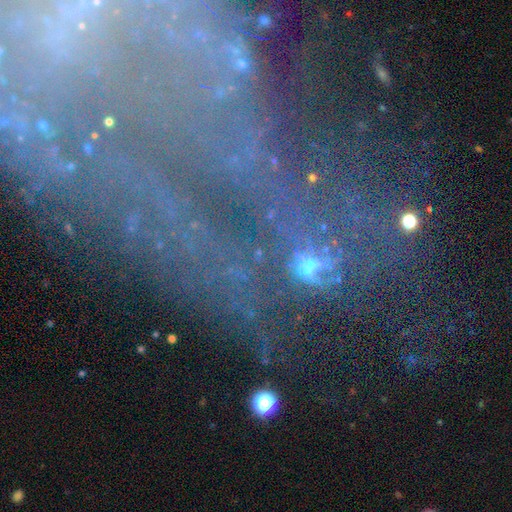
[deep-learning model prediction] Morphology: type=star or artifact (43%).